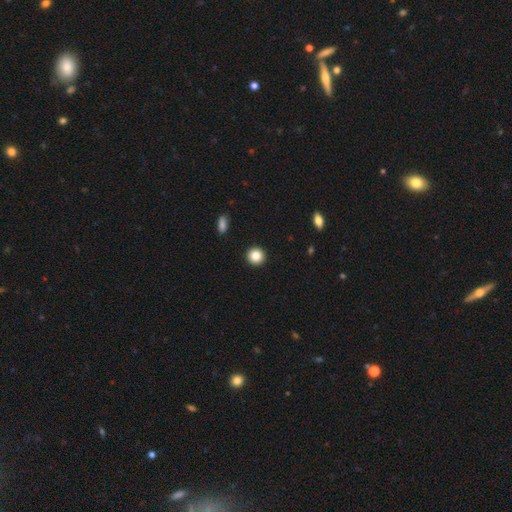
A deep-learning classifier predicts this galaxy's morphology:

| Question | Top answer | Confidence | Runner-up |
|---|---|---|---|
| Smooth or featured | smooth | 85% | star or artifact (10%) |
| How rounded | round | 92% | in between (7%) |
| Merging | none | 93% | minor disturbance (4%) |